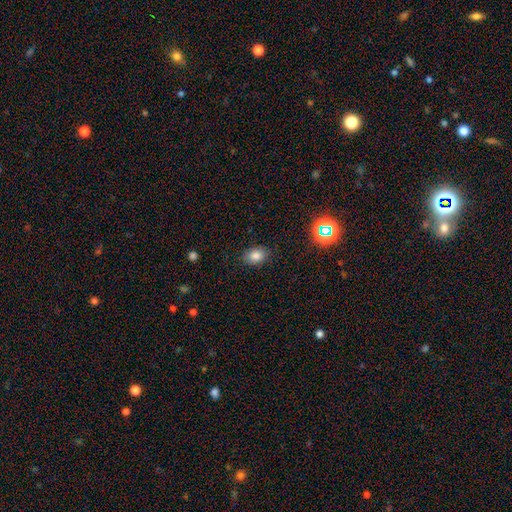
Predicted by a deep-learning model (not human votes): smooth-or-featured: smooth: 81% | star or artifact: 12% | featured or disk: 7%
  how-rounded: in between: 77% | round: 22% | cigar-shaped: 1%
  merging: none: 85% | minor disturbance: 11% | major disturbance: 3% | merger: 1%